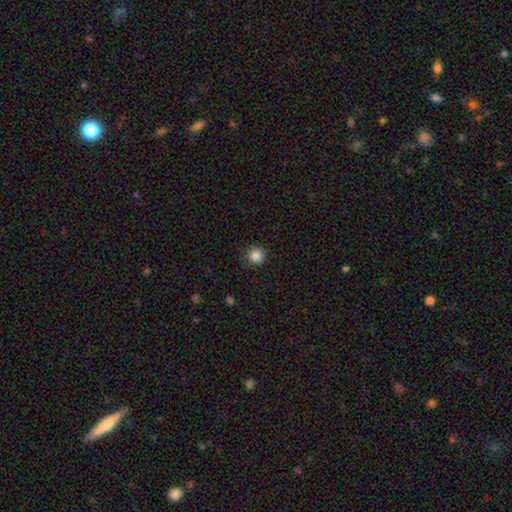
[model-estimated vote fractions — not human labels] This is clearly a smooth galaxy (86%). How rounded: clearly round (93%). Merging: clearly none (84%).